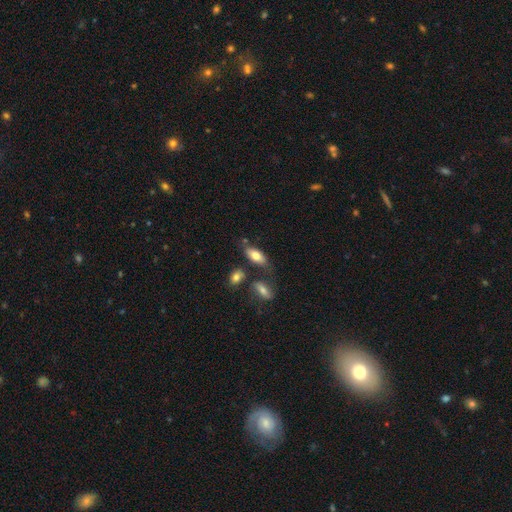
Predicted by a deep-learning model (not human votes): smooth-or-featured: smooth: 76% | featured or disk: 17% | star or artifact: 7%
  how-rounded: in between: 85% | cigar-shaped: 12% | round: 3%
  merging: none: 62% | minor disturbance: 17% | merger: 15% | major disturbance: 5%